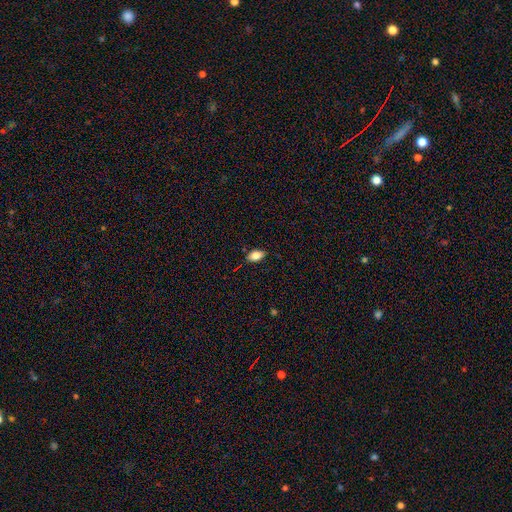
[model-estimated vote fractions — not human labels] Morphology: type=smooth (84%); roundness=in between (90%); merging=none (83%).